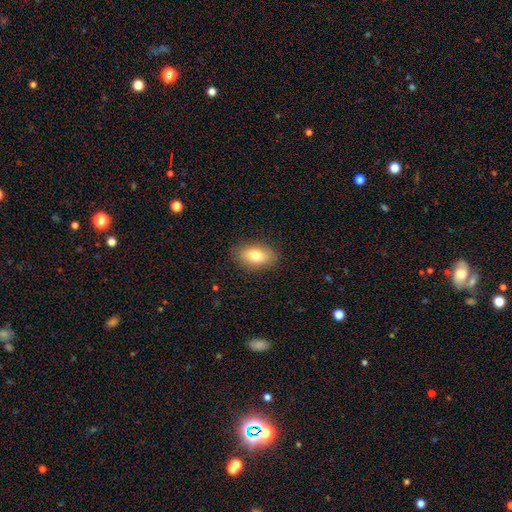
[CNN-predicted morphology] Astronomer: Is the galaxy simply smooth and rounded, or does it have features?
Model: smooth — 77%.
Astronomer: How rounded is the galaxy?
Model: in between — 88%.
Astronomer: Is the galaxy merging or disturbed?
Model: none — 86%.